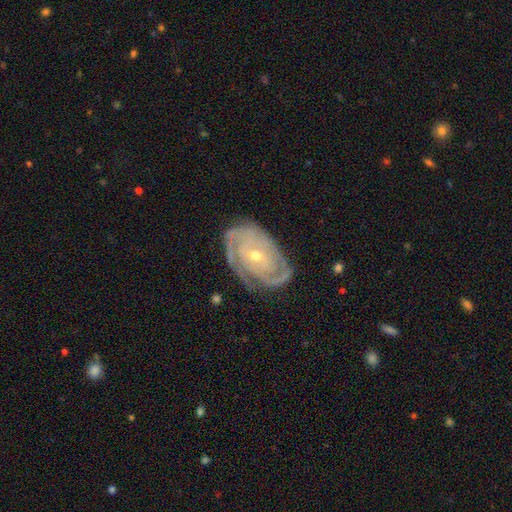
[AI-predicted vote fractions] Morphology: type=featured or disk (87%); edge-on=no (95%); bar=no (71%); spiral arms=yes (96%); winding=tight (76%); arm count=2 (30%); bulge=small (60%); merging=none (73%).